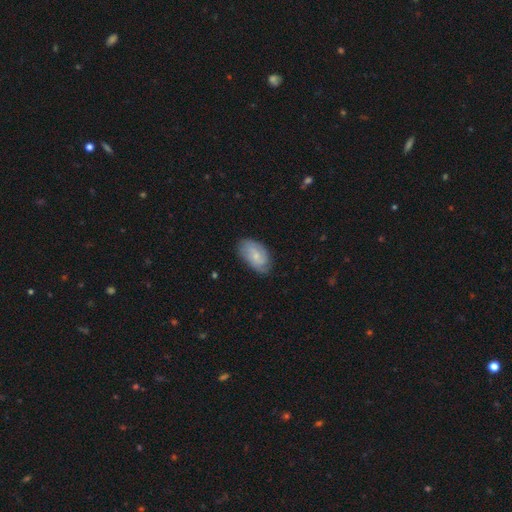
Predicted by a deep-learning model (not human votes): Q: Smooth or featured?
A: smooth (47%); runner-up: featured or disk (46%)
Q: Merging?
A: none (72%); runner-up: minor disturbance (22%)